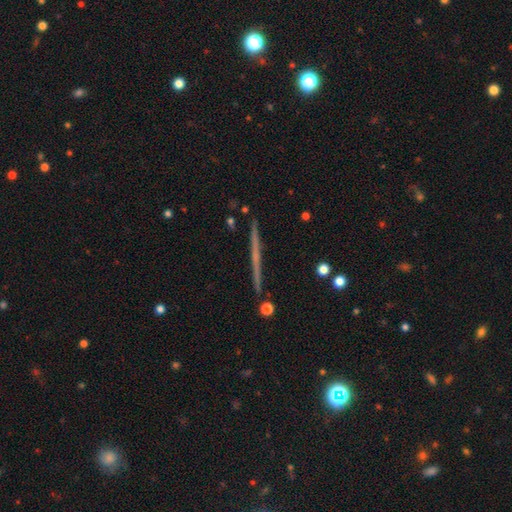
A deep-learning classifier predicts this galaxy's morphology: featured or disk 64%, smooth 26%, star or artifact 10%. Down the decision tree: edge-on disk — yes (97%); edge-on bulge — none (77%); merging — none (91%).